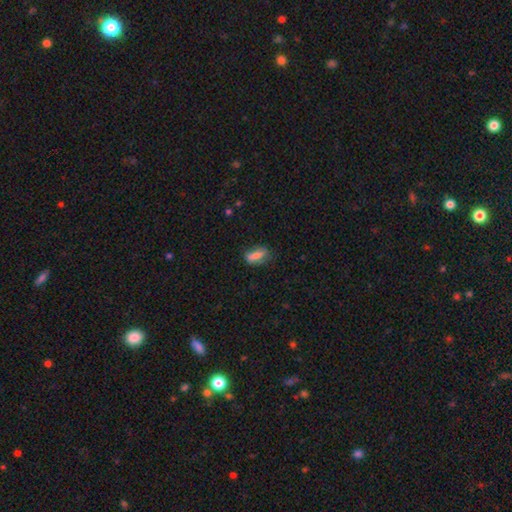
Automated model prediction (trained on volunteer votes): smooth-or-featured: smooth: 79% | featured or disk: 12% | star or artifact: 8%
  how-rounded: in between: 69% | cigar-shaped: 27% | round: 4%
  merging: none: 67% | minor disturbance: 23% | major disturbance: 7% | merger: 2%